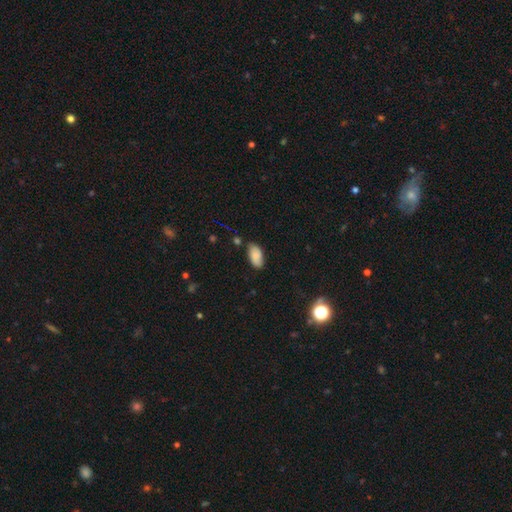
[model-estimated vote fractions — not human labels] smooth 85%, star or artifact 8%, featured or disk 8%. Down the decision tree: how rounded — in between (94%); merging — none (77%).